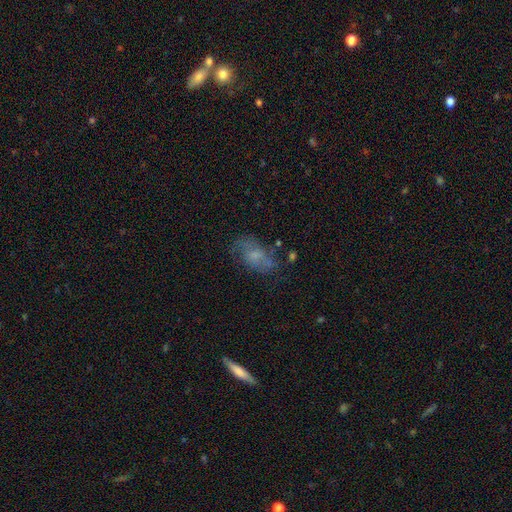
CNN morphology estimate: smooth-or-featured: featured or disk: 48% | smooth: 39% | star or artifact: 13%
  merging: none: 55% | minor disturbance: 23% | major disturbance: 17% | merger: 5%